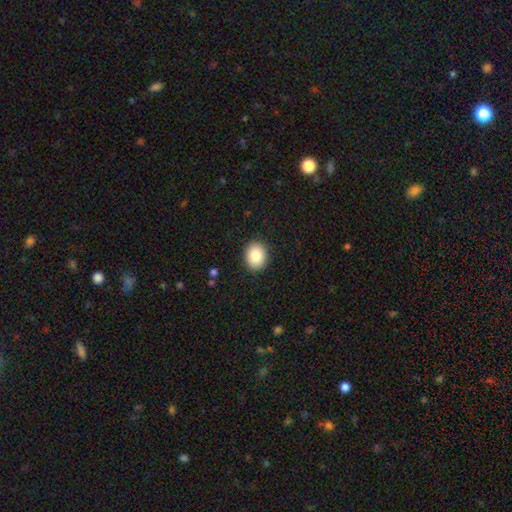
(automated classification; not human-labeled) A smooth galaxy with no disk features (85%) that is round (50%). Merging: none (90%).